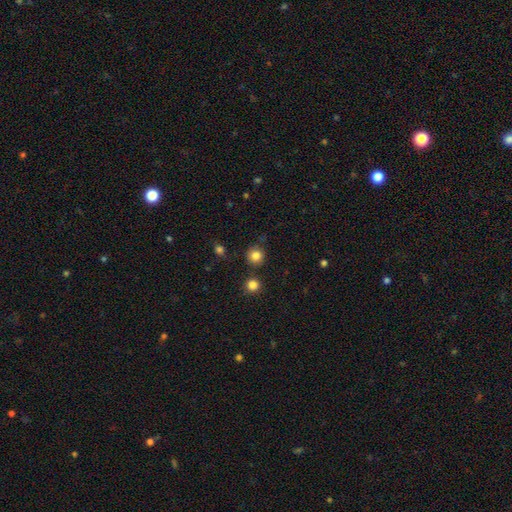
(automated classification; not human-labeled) A smooth galaxy with no disk features (83%) that is round (93%). Merging: none (85%).